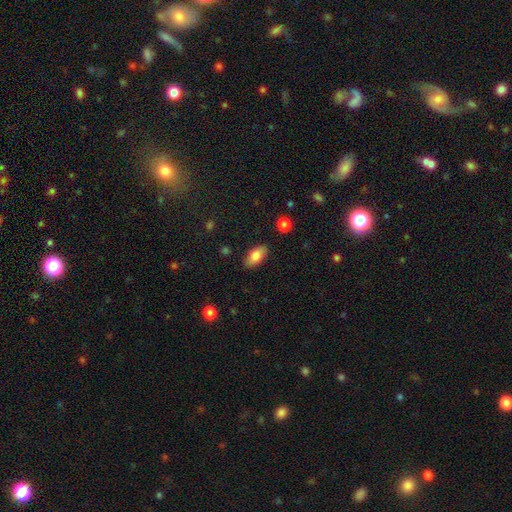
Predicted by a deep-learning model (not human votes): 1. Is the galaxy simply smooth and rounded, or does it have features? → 80% smooth, 13% featured or disk, 7% star or artifact.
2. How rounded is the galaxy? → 91% in between, 6% cigar-shaped, 3% round.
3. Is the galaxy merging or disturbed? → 87% none, 9% minor disturbance, 2% major disturbance, 1% merger.